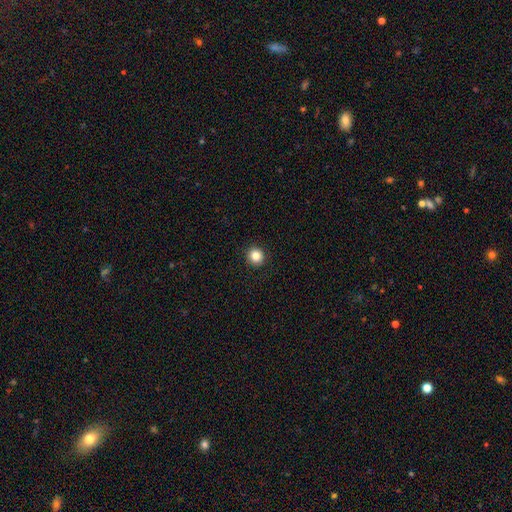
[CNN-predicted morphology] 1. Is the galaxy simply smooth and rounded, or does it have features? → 85% smooth, 10% star or artifact, 5% featured or disk.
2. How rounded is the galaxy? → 93% round, 6% in between, 1% cigar-shaped.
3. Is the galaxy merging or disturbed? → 93% none, 5% minor disturbance, 2% major disturbance, 1% merger.